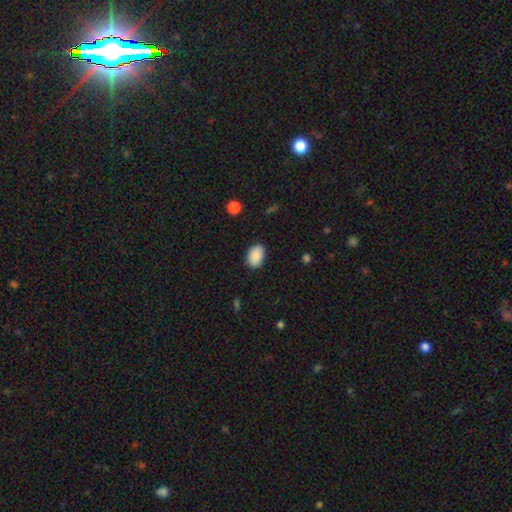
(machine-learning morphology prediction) smooth_or_featured: smooth (p=0.90) [alt: star or artifact p=0.07]
how_rounded: in between (p=0.86) [alt: round p=0.13]
merging: none (p=0.87) [alt: minor disturbance p=0.10]